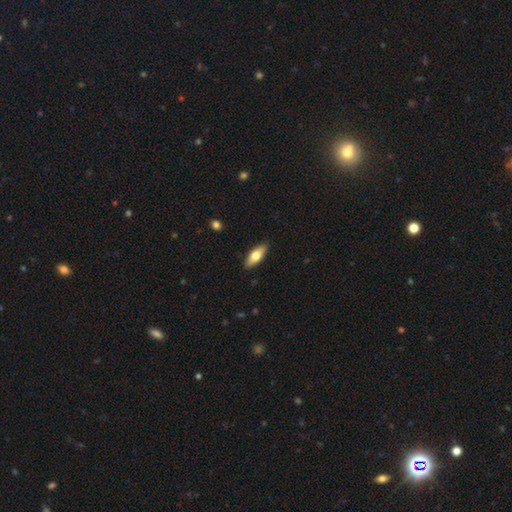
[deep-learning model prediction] smooth-or-featured: smooth: 70% | featured or disk: 24% | star or artifact: 6%
  how-rounded: in between: 73% | cigar-shaped: 24% | round: 2%
  merging: none: 89% | minor disturbance: 8% | major disturbance: 2% | merger: 1%